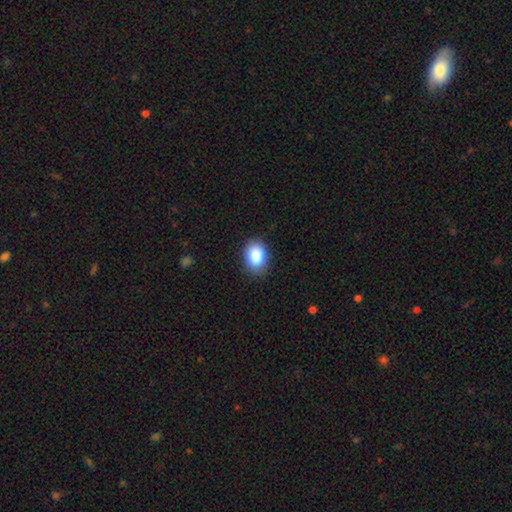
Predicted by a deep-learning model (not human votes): smooth 88%, star or artifact 7%, featured or disk 5%. Down the decision tree: how rounded — in between (78%); merging — none (85%).